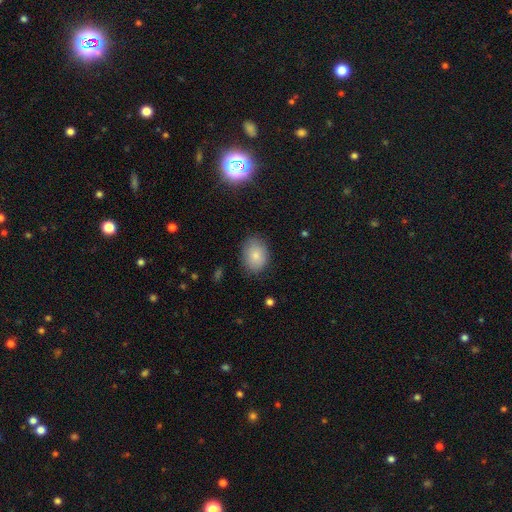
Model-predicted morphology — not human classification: type=smooth (83%); roundness=in between (70%); merging=none (81%).